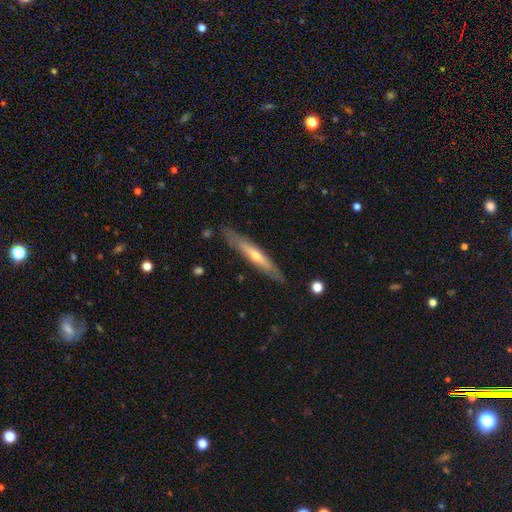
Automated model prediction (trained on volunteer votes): This appears to be a featured or disk galaxy (58%) viewed edge-on (82%). Merging: none (84%).